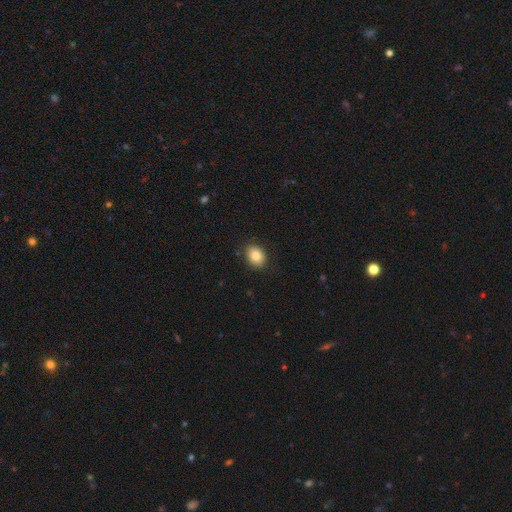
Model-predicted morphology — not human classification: This appears to be a smooth galaxy with no disk features (85%) that is in between round and cigar-shaped (63%). Merging: none (88%).